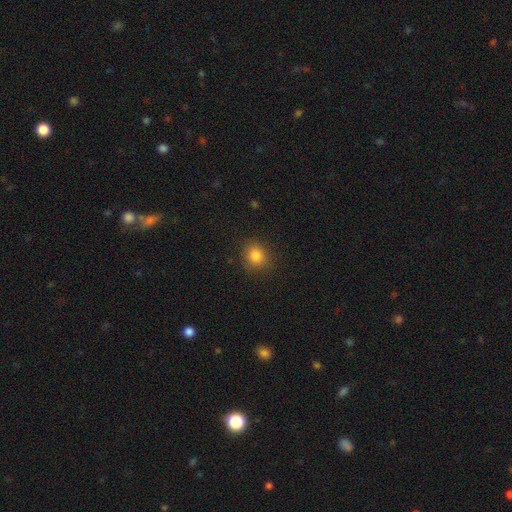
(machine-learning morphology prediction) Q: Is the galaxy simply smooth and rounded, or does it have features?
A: smooth — 83%.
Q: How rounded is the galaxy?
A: round — 79%.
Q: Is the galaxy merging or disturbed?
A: none — 85%.